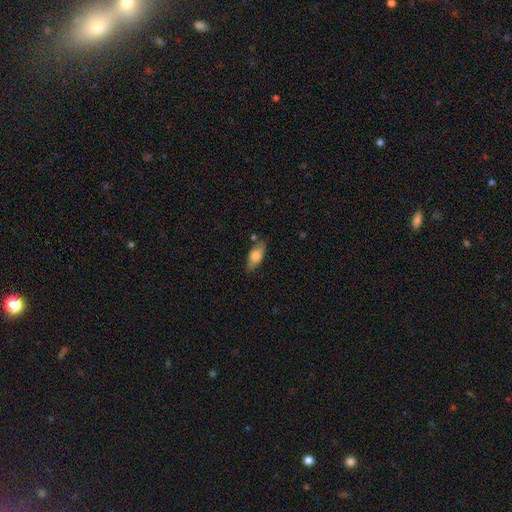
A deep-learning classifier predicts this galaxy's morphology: This is likely a smooth galaxy (74%). How rounded: clearly in between (81%). Merging: likely none (76%).